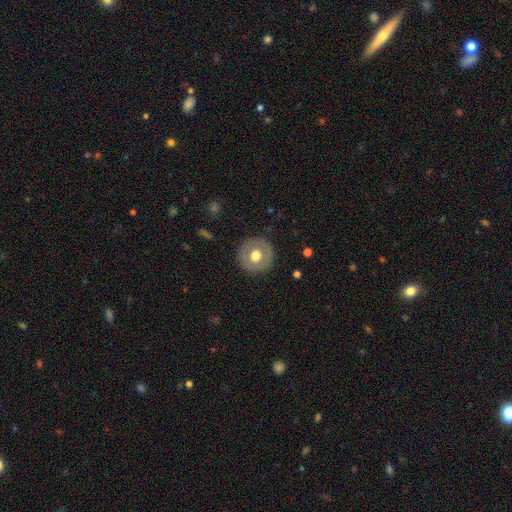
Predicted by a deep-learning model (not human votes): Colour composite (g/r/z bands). It shows a smooth galaxy with no disk features (57%) that is round (94%). Merging: none (88%).